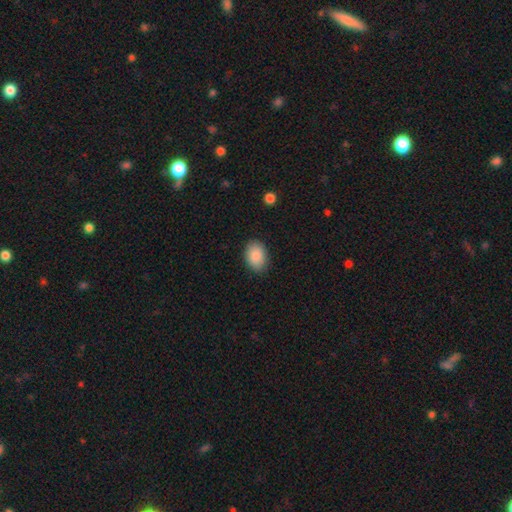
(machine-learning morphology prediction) Q: Smooth or featured?
A: smooth (89%); runner-up: star or artifact (7%)
Q: How rounded?
A: in between (81%); runner-up: round (18%)
Q: Merging?
A: none (85%); runner-up: minor disturbance (11%)